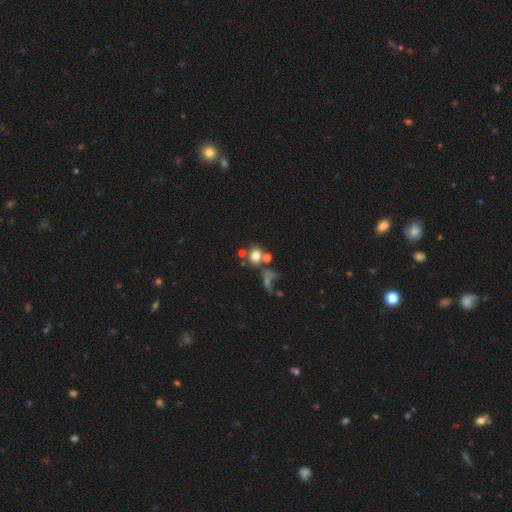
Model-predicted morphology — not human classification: Smooth or featured? smooth (72%)
How rounded? round (79%)
Merging? none (50%)